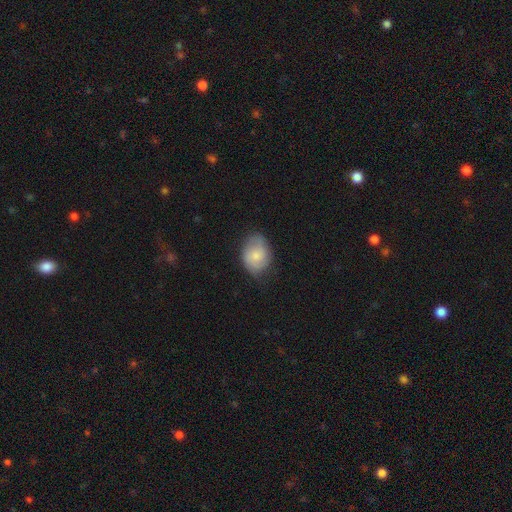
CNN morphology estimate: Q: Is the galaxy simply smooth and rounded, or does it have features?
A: smooth — 67%.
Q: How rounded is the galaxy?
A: in between — 60%.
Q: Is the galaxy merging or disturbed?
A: none — 67%.